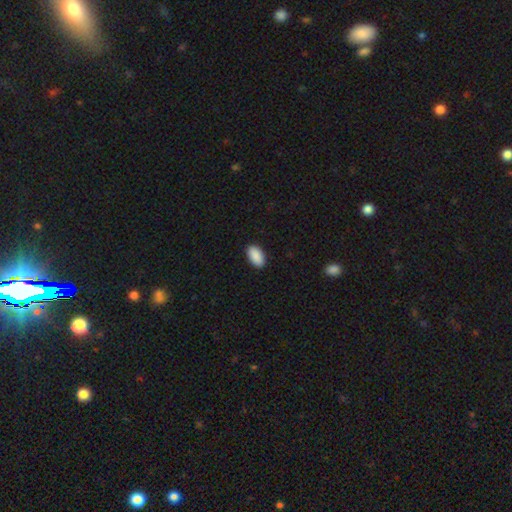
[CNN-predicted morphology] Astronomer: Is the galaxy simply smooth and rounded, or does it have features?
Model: smooth — 92%.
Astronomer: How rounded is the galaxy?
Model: in between — 95%.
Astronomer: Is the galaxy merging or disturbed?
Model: none — 90%.